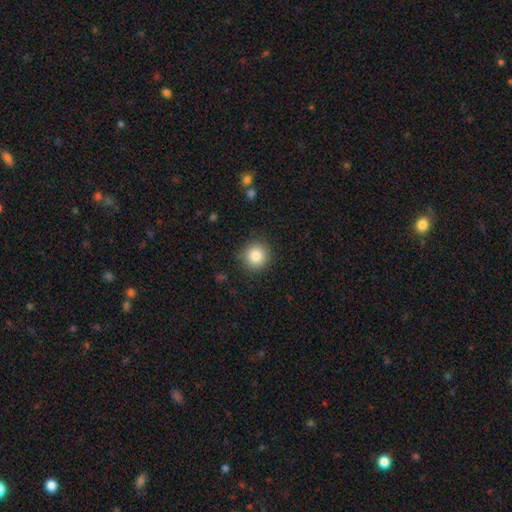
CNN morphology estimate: A smooth galaxy with no disk features (85%) that is round (93%). Merging: none (88%).